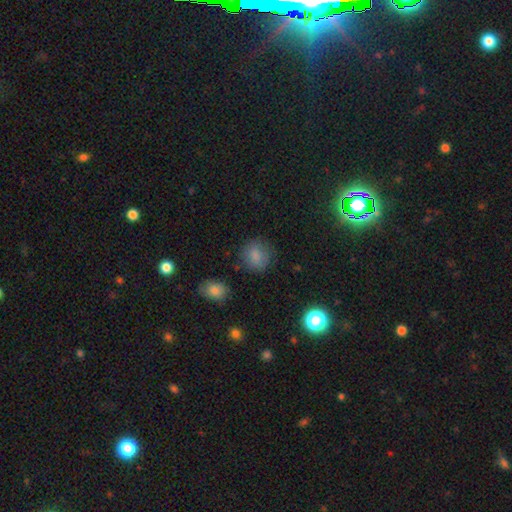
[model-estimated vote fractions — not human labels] smooth_or_featured: smooth (p=0.83) [alt: star or artifact p=0.10]
how_rounded: round (p=0.75) [alt: in between p=0.23]
merging: none (p=0.78) [alt: minor disturbance p=0.15]